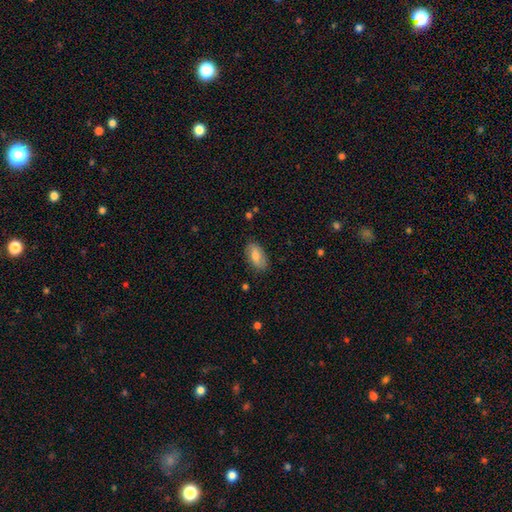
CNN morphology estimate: smooth 70%, featured or disk 23%, star or artifact 7%. Down the decision tree: how rounded — in between (92%); merging — none (82%).